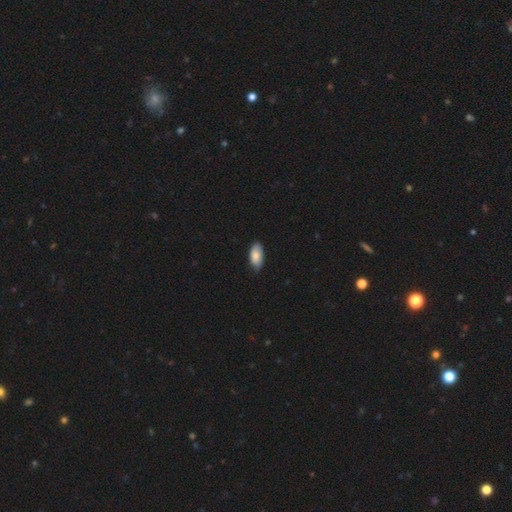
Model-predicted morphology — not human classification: A smooth galaxy with no disk features (84%) that is in between round and cigar-shaped (93%).

Vote fractions:
- Smooth or featured? smooth: 84% / featured or disk: 10% / star or artifact: 6%
- How rounded? in between: 93% / cigar-shaped: 4% / round: 2%
- Merging? none: 77% / minor disturbance: 20% / major disturbance: 2% / merger: 1%